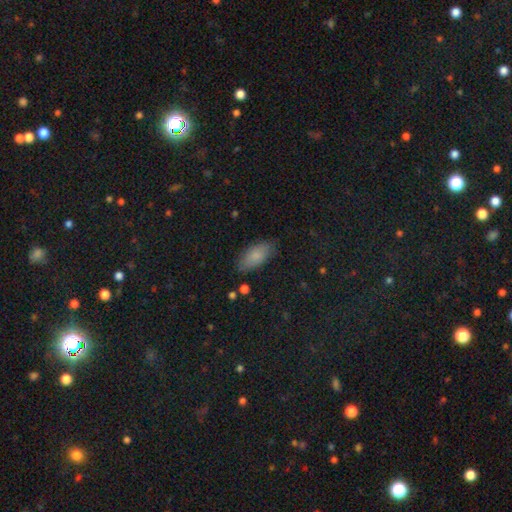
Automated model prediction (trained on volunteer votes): This is clearly a smooth galaxy (84%). How rounded: clearly in between (89%). Merging: clearly none (82%).